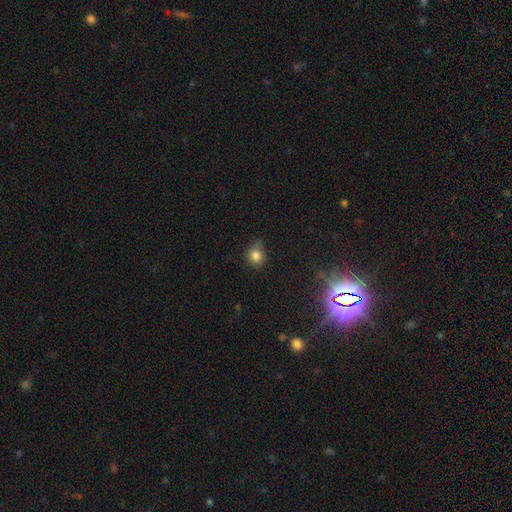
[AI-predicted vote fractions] A smooth galaxy with no disk features (80%) that is round (78%). Merging: none (67%).